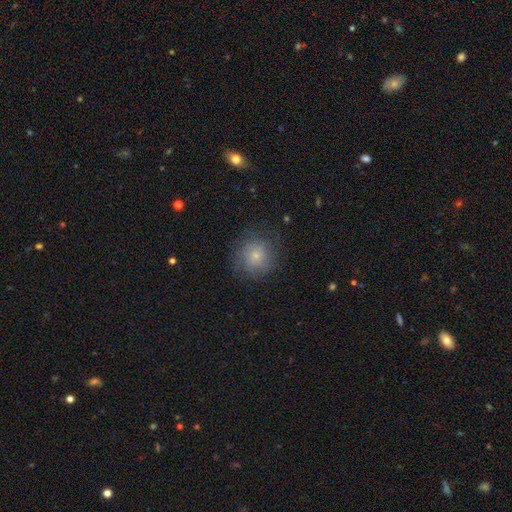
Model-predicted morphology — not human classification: This is likely a smooth galaxy (61%). How rounded: clearly round (91%). Merging: likely none (76%).